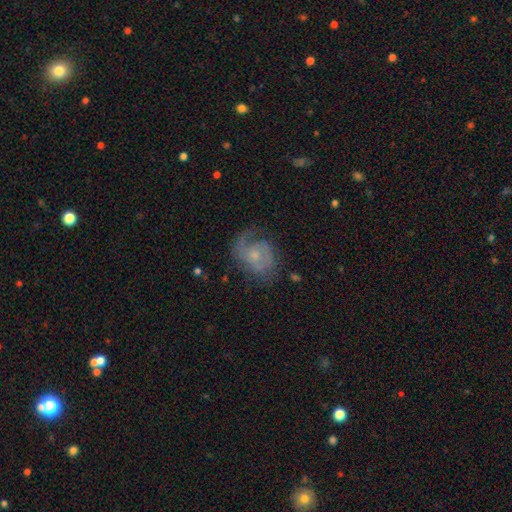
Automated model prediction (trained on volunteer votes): This appears to be a featured or disk galaxy (76%) with no bar (67%), 2 (48%) medium (45%) spiral arms (90%) and a small central bulge (57%). Merging: none (59%).